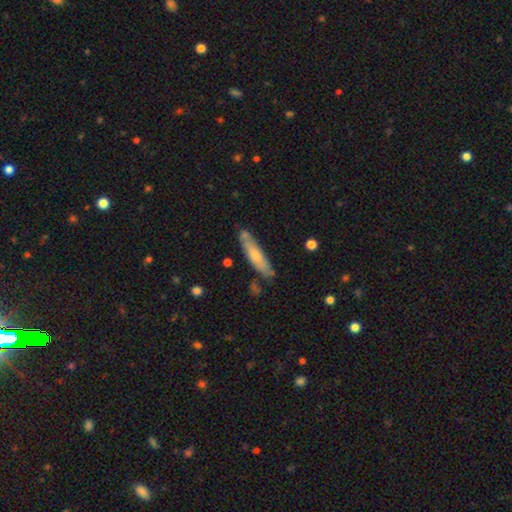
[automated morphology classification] This is likely a smooth galaxy (62%). How rounded: likely cigar-shaped (76%). Merging: likely none (72%).